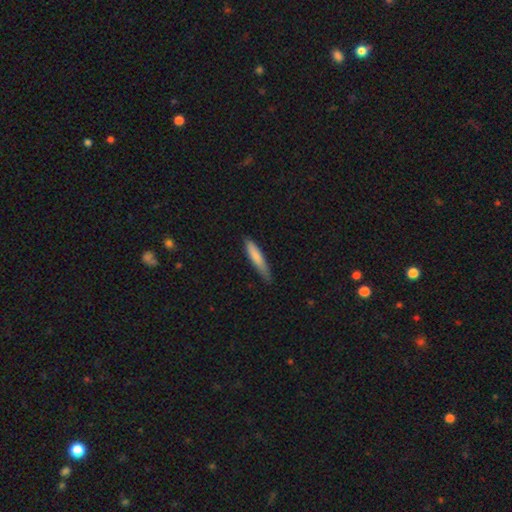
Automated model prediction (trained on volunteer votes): smooth 79%, featured or disk 16%, star or artifact 6%. Down the decision tree: how rounded — cigar-shaped (88%); merging — none (71%).